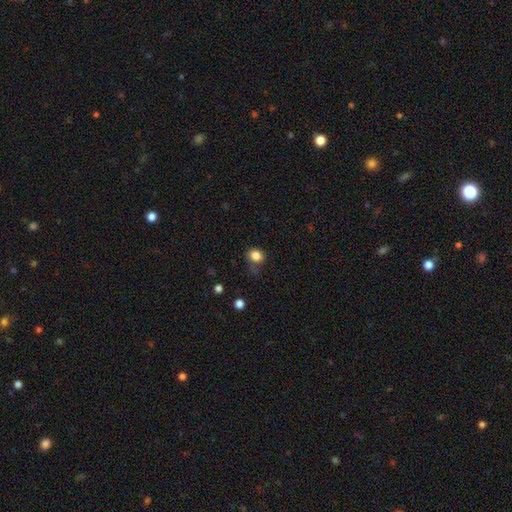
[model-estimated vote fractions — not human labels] smooth 83%, star or artifact 12%, featured or disk 5%. Down the decision tree: how rounded — round (70%); merging — none (67%).